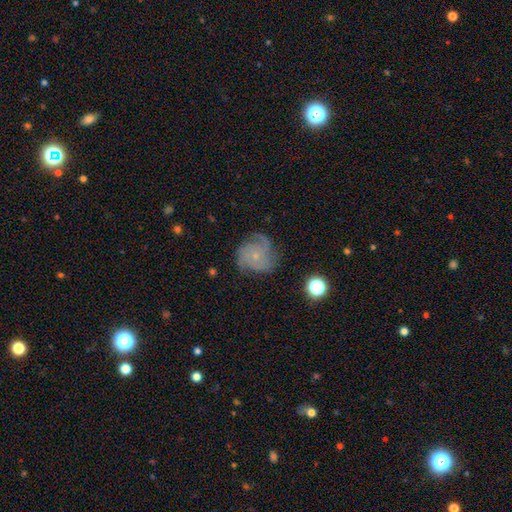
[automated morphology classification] Smooth or featured: featured or disk — 76% (smooth — 16%)
Edge-on disk: no — 98% (yes — 2%)
Bar: no — 83% (weak — 15%)
Spiral arms: yes — 94% (no — 6%)
Spiral winding: tight — 47% (medium — 40%)
Spiral arm count: 3 — 39% (can't tell — 20%)
Bulge size: small — 80% (moderate — 14%)
Merging: none — 67% (minor disturbance — 21%)